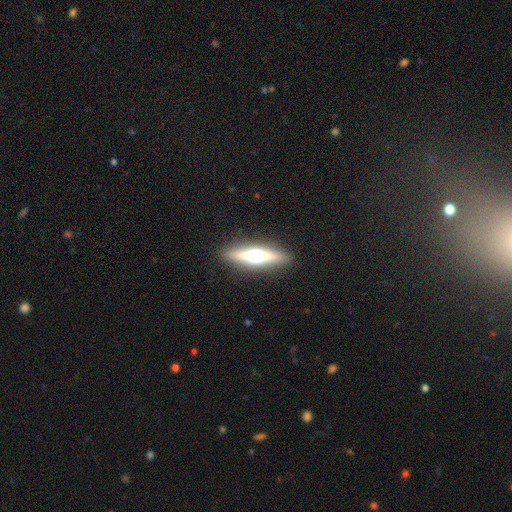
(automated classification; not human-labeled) featured or disk 64%, smooth 29%, star or artifact 7%. Down the decision tree: edge-on disk — yes (94%); edge-on bulge — rounded (95%); merging — none (90%).